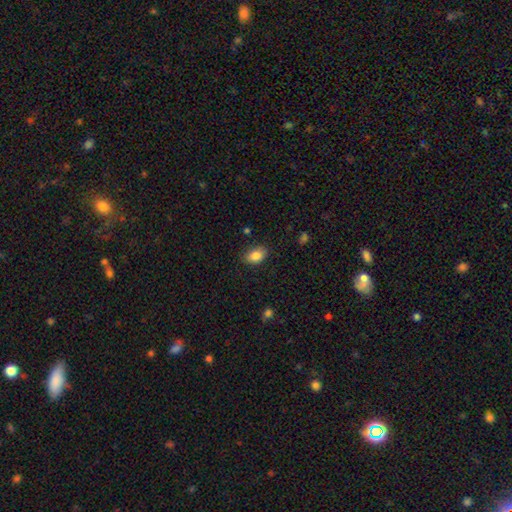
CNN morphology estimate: A smooth galaxy with no disk features (86%) that is in between round and cigar-shaped (84%).

Vote fractions:
- Smooth or featured? smooth: 86% / star or artifact: 8% / featured or disk: 6%
- How rounded? in between: 84% / round: 15% / cigar-shaped: 1%
- Merging? none: 82% / minor disturbance: 14% / major disturbance: 3% / merger: 1%